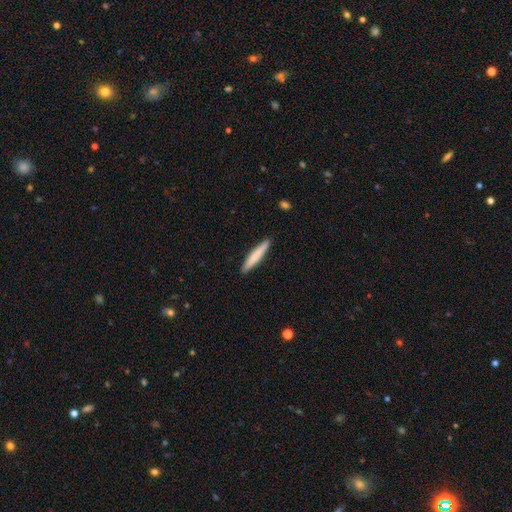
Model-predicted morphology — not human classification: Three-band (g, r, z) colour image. It shows a smooth galaxy with no disk features (78%) that is cigar-shaped (93%). Merging: none (91%).